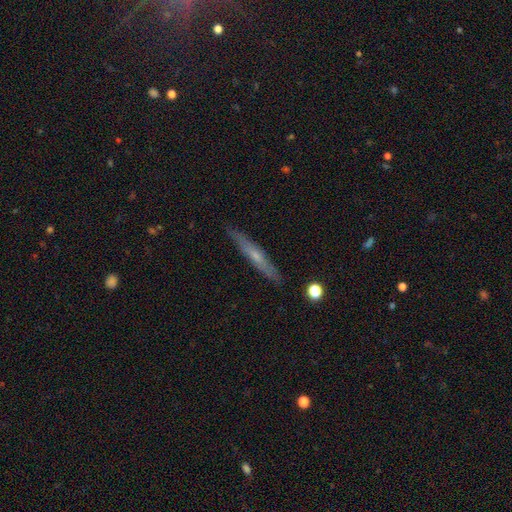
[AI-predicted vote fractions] Smooth or featured? Predicted: featured or disk (p=0.57). Edge-on disk? Predicted: yes (p=0.93). Edge-on bulge? Predicted: rounded (p=0.55). Merging? Predicted: none (p=0.88).